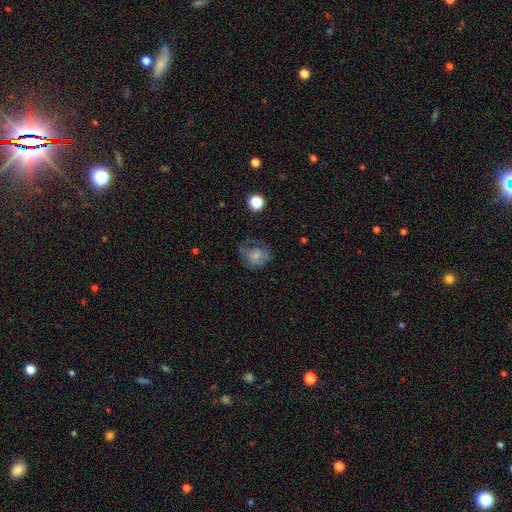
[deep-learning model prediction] smooth-or-featured: smooth: 61% | featured or disk: 27% | star or artifact: 12%
  how-rounded: round: 67% | in between: 32% | cigar-shaped: 1%
  merging: none: 43% | major disturbance: 28% | minor disturbance: 27% | merger: 2%